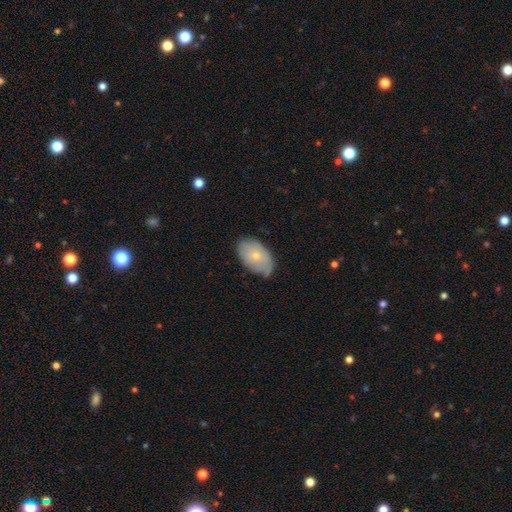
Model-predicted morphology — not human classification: smooth_or_featured: smooth (p=0.65) [alt: featured or disk p=0.28]
how_rounded: in between (p=0.91) [alt: round p=0.07]
merging: none (p=0.70) [alt: minor disturbance p=0.24]